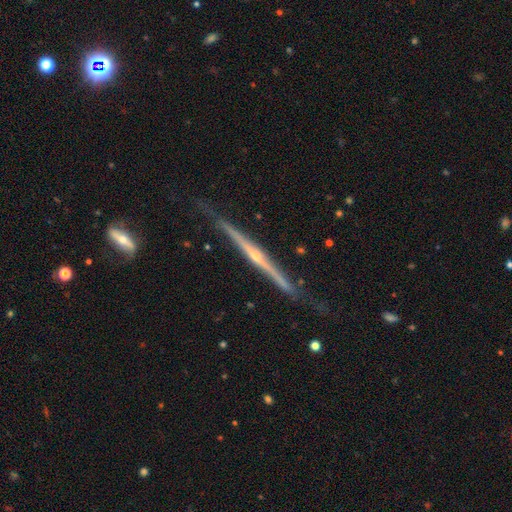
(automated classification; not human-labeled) This is clearly a featured or disk galaxy (87%). It is clearly viewed edge-on (97%). Edge-on bulge: clearly rounded (81%). Merging: likely none (75%).